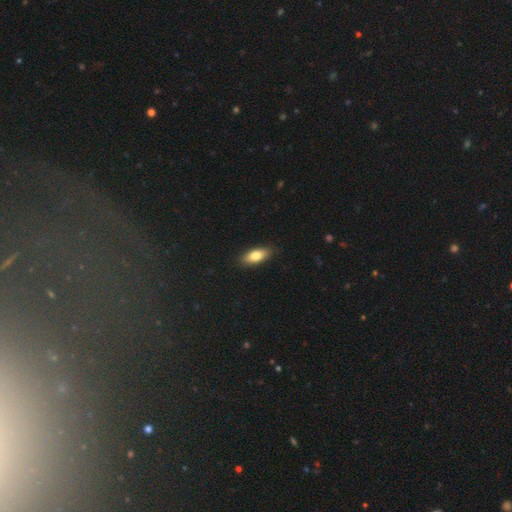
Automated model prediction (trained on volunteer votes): Smooth or featured? Predicted: smooth (p=0.79). How rounded? Predicted: in between (p=0.82). Merging? Predicted: none (p=0.87).